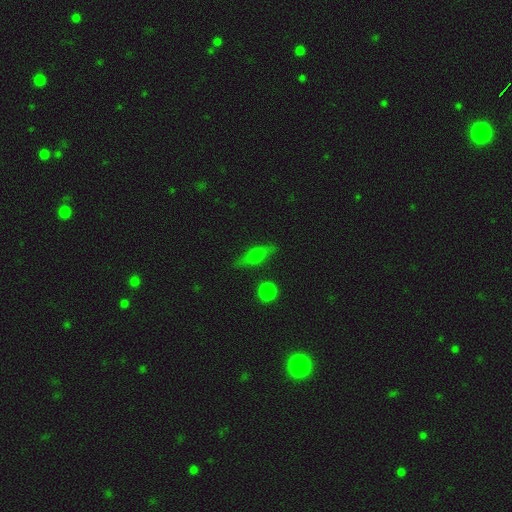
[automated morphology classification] Smooth or featured? smooth (51%)
How rounded? in between (49%)
Merging? none (79%)